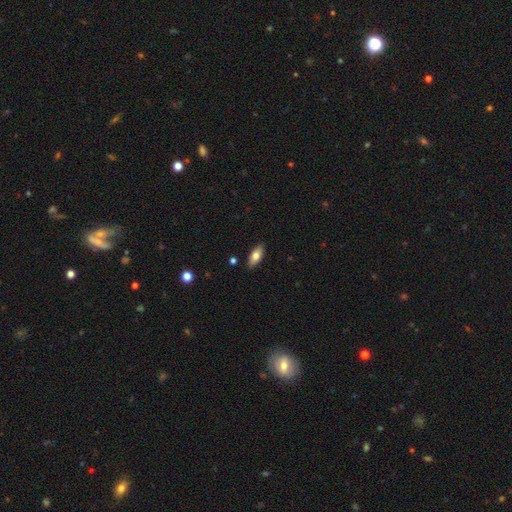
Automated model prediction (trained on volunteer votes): Q: Smooth or featured?
A: smooth (76%); runner-up: featured or disk (18%)
Q: How rounded?
A: in between (83%); runner-up: cigar-shaped (14%)
Q: Merging?
A: none (88%); runner-up: minor disturbance (9%)